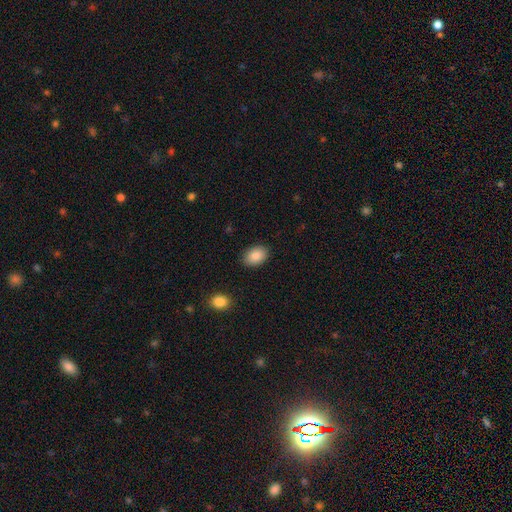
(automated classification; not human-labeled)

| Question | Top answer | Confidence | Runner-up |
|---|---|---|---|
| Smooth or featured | smooth | 87% | star or artifact (7%) |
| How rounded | in between | 82% | round (17%) |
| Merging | none | 88% | minor disturbance (9%) |